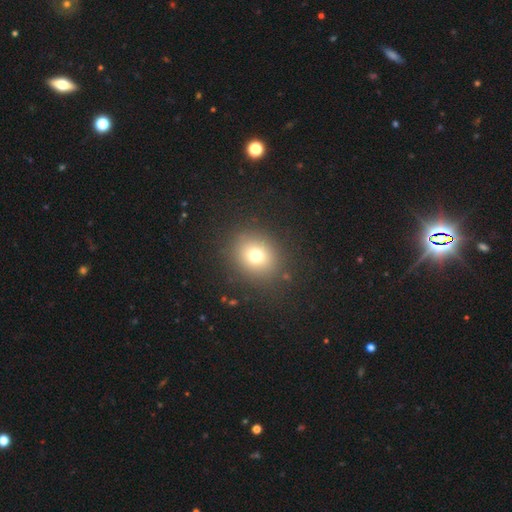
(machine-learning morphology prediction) Smooth or featured? smooth (72%)
How rounded? round (74%)
Merging? none (86%)